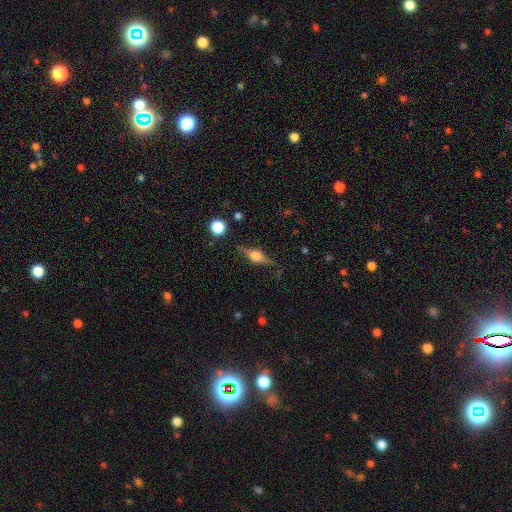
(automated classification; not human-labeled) Smooth or featured: featured or disk — 75% (smooth — 17%)
Edge-on disk: yes — 96% (no — 4%)
Edge-on bulge: rounded — 92% (boxy — 7%)
Merging: none — 83% (minor disturbance — 12%)